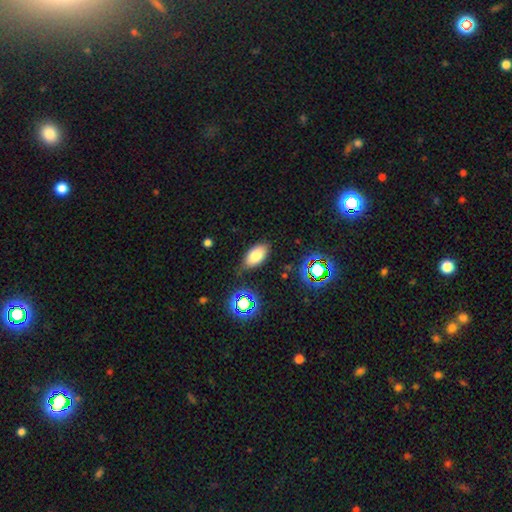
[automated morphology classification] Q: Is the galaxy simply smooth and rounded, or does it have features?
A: smooth — 76%.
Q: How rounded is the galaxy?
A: in between — 91%.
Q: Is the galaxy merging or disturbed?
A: none — 78%.